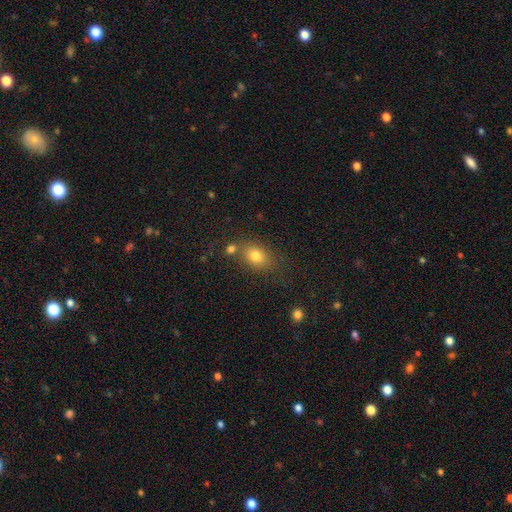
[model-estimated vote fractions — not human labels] A smooth galaxy with no disk features (78%) that is in between round and cigar-shaped (65%).

Vote fractions:
- Smooth or featured? smooth: 78% / star or artifact: 12% / featured or disk: 10%
- How rounded? in between: 65% / round: 34% / cigar-shaped: 2%
- Merging? none: 65% / merger: 15% / minor disturbance: 15% / major disturbance: 6%